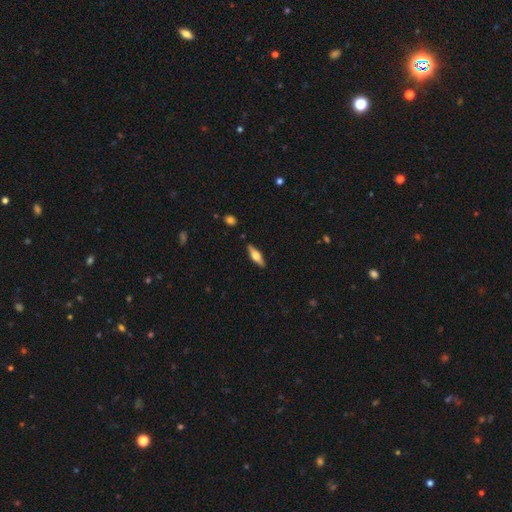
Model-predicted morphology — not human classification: Smooth or featured: featured or disk — 47% (tied with smooth — 47%)
Merging: none — 87% (minor disturbance — 9%)